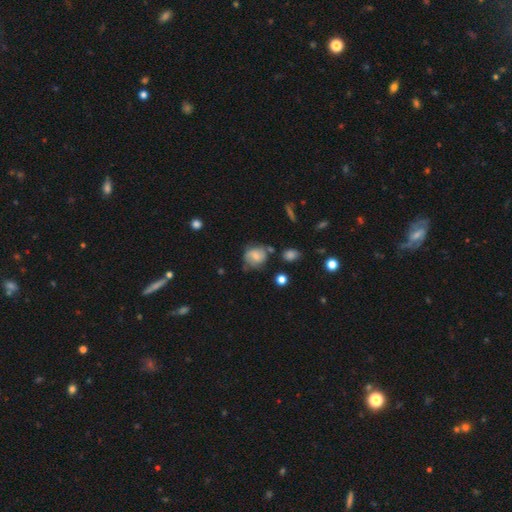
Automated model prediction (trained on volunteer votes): The model was most divided on "merging": none: 56%, minor disturbance: 28%, major disturbance: 10%, merger: 7%. More confident: how rounded — round (67%); smooth or featured — smooth (67%).